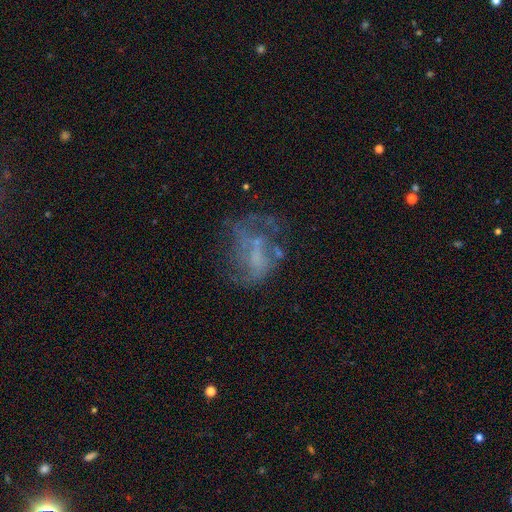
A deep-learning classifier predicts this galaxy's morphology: Overall: featured or disk (59%; smooth 23%). Edge-on disk: no (98%). Bar: no (72%). Spiral arms: no (68%; yes 32%). Bulge size: none (61%; small 22%). Merging: none (40%; major disturbance 35%).